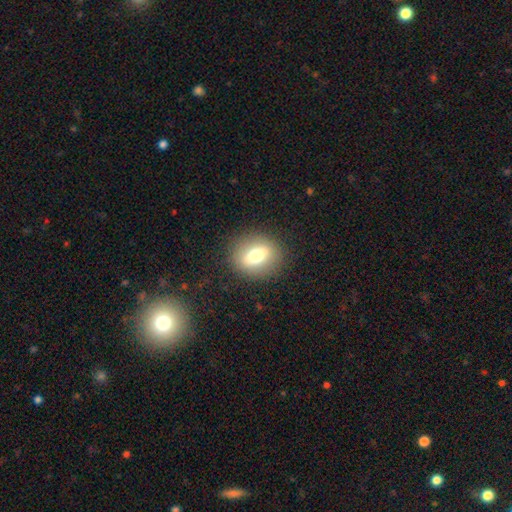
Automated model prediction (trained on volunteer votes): smooth-or-featured: smooth: 66% | featured or disk: 24% | star or artifact: 10%
  how-rounded: round: 54% | in between: 44% | cigar-shaped: 2%
  merging: none: 87% | minor disturbance: 9% | major disturbance: 4% | merger: 1%